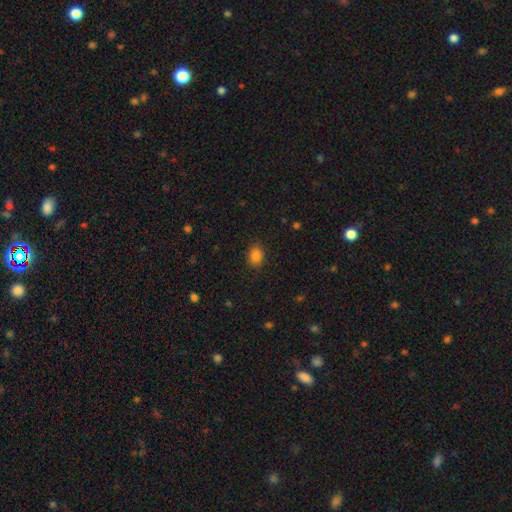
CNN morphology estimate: Smooth or featured?
  - smooth: 85% *
  - star or artifact: 10%
  - featured or disk: 4%
How rounded?
  - in between: 65% *
  - round: 34%
  - cigar-shaped: 1%
Merging?
  - none: 86% *
  - minor disturbance: 10%
  - major disturbance: 3%
  - merger: 1%